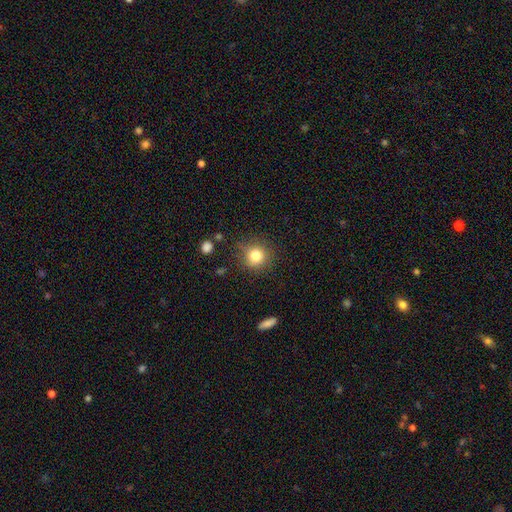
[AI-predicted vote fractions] A smooth galaxy with no disk features (81%) that is round (91%). Merging: none (82%).